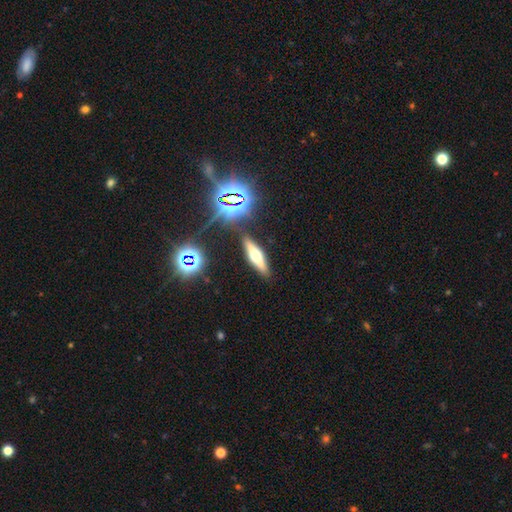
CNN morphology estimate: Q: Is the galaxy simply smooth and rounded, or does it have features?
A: featured or disk — 53%.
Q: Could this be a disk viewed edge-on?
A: yes — 92%.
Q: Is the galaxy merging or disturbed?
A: none — 88%.